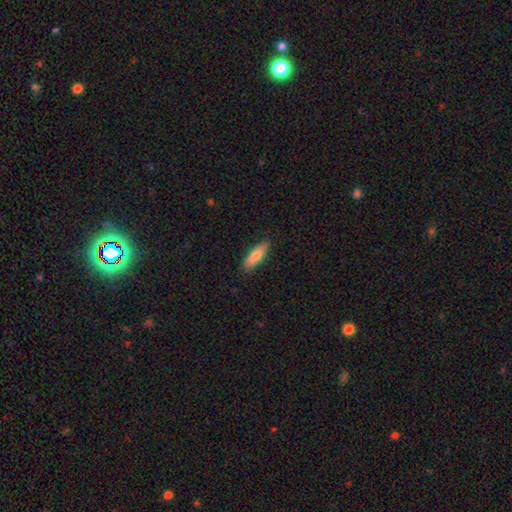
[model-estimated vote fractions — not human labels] This is clearly a smooth galaxy (81%). How rounded: possibly cigar-shaped (50%). Merging: clearly none (88%).